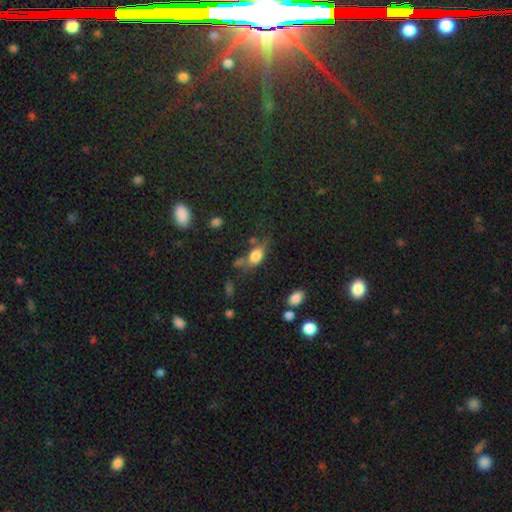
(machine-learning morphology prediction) Smooth or featured? Predicted: smooth (p=0.74). How rounded? Predicted: in between (p=0.78). Merging? Predicted: none (p=0.45).